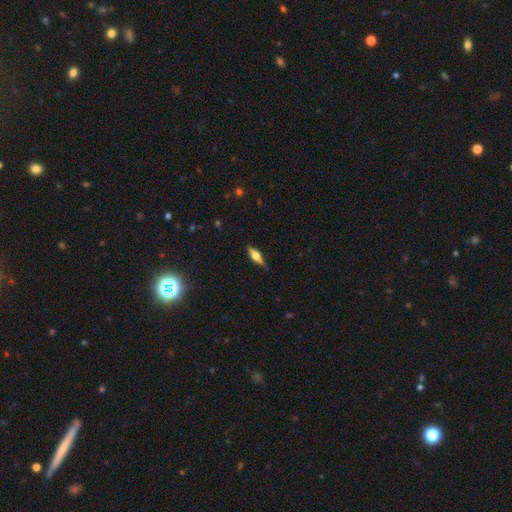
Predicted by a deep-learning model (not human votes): The model was most divided on "smooth or featured": featured or disk: 63%, smooth: 30%, star or artifact: 7%. More confident: edge-on disk — yes (96%); edge-on bulge — rounded (91%); merging — none (86%).